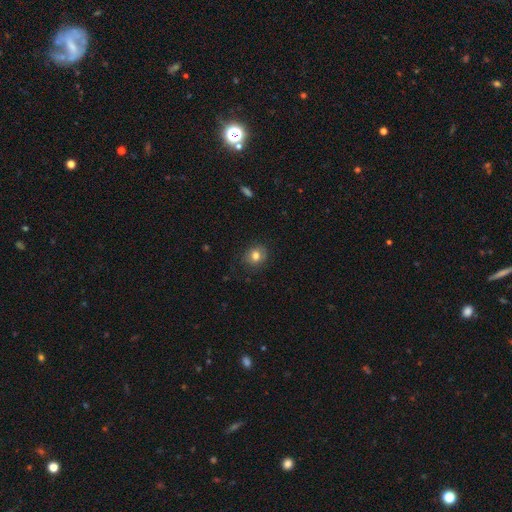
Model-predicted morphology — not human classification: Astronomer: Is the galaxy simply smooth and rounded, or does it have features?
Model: smooth — 79%.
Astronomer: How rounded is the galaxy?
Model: round — 75%.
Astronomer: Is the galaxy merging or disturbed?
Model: none — 81%.